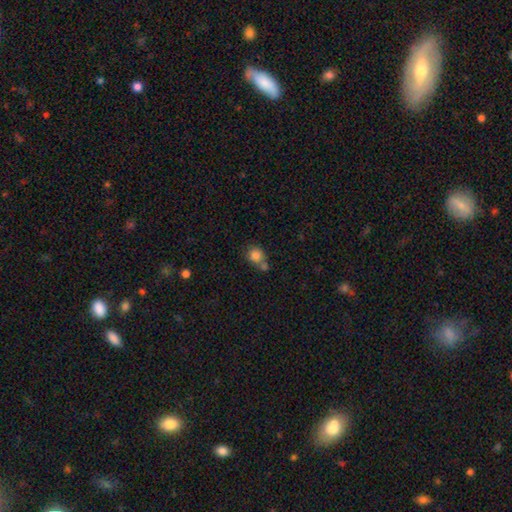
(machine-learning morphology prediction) A smooth galaxy with no disk features (83%) that is round (77%). Merging: none (43%).